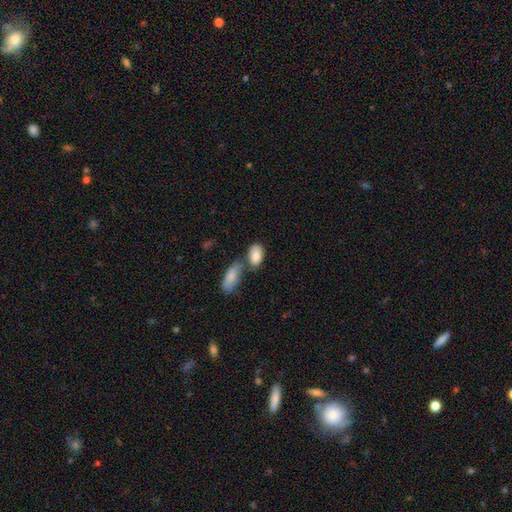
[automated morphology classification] Smooth or featured?
  - smooth: 84% *
  - featured or disk: 9%
  - star or artifact: 6%
How rounded?
  - in between: 91% *
  - round: 5%
  - cigar-shaped: 4%
Merging?
  - none: 45% *
  - merger: 37%
  - minor disturbance: 14%
  - major disturbance: 5%